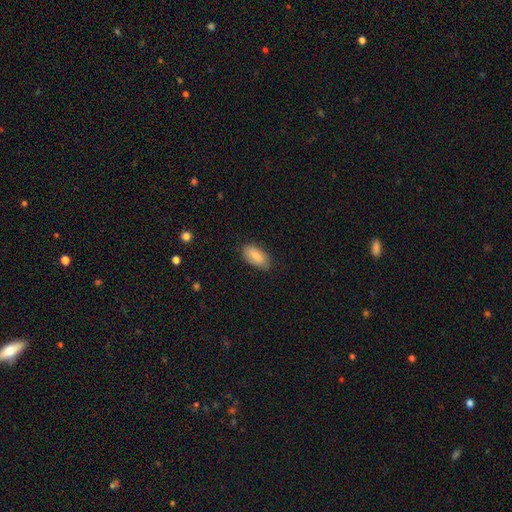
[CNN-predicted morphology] The model was most divided on "merging": none: 79%, minor disturbance: 17%, major disturbance: 3%, merger: 1%. More confident: how rounded — in between (92%); smooth or featured — smooth (85%).